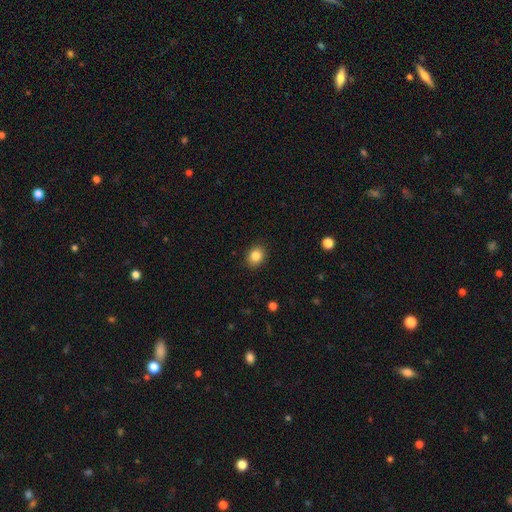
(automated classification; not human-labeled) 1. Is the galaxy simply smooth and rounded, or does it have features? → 85% smooth, 9% star or artifact, 5% featured or disk.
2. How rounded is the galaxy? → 56% round, 43% in between, 1% cigar-shaped.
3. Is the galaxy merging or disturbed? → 90% none, 7% minor disturbance, 2% major disturbance, 1% merger.